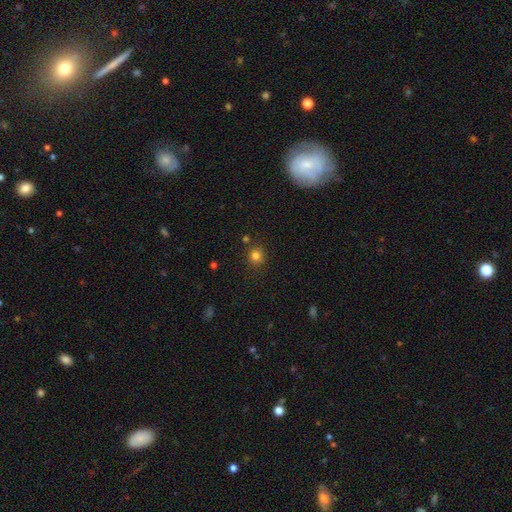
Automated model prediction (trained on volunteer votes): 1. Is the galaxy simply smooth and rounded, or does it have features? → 80% smooth, 14% star or artifact, 6% featured or disk.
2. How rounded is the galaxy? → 89% round, 11% in between, 1% cigar-shaped.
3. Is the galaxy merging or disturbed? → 83% none, 9% minor disturbance, 5% merger, 3% major disturbance.